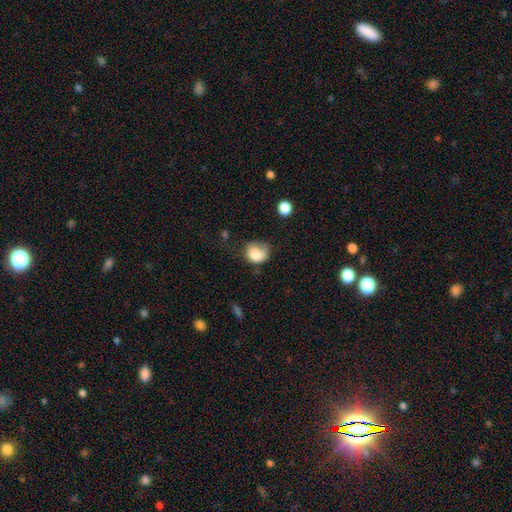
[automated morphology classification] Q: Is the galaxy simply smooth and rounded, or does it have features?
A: smooth — 78%.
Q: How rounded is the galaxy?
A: round — 56%.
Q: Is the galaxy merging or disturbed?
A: minor disturbance — 35%.